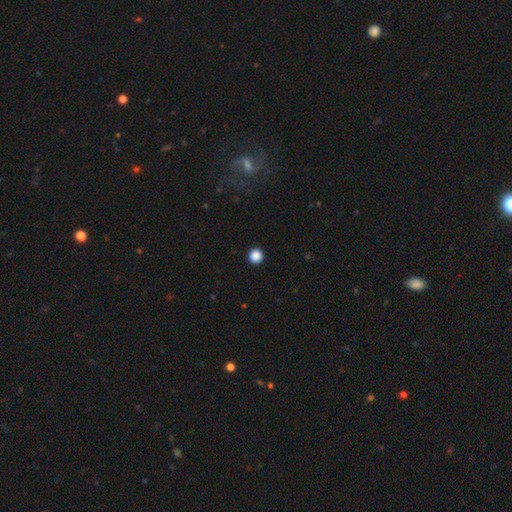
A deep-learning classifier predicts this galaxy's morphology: This is clearly a smooth galaxy (87%). How rounded: clearly round (95%). Merging: clearly none (94%).